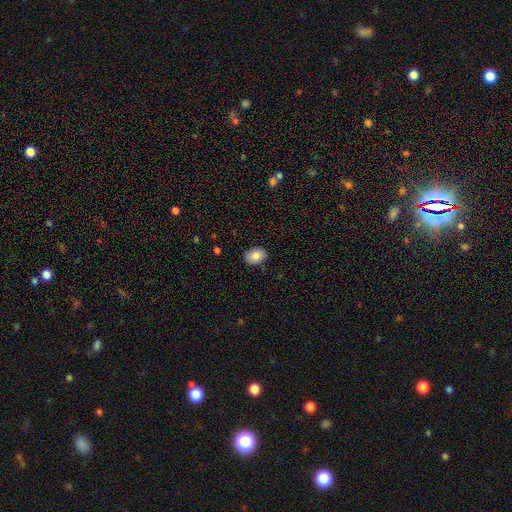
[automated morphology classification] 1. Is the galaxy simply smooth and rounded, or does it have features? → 85% smooth, 7% featured or disk, 7% star or artifact.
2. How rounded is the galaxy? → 74% in between, 25% round, 1% cigar-shaped.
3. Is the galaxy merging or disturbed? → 85% none, 12% minor disturbance, 2% major disturbance, 1% merger.